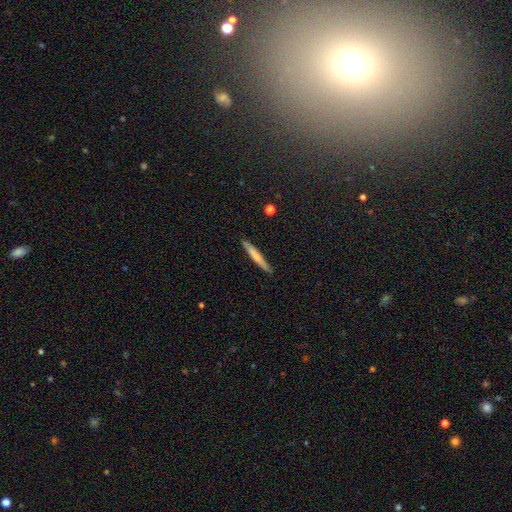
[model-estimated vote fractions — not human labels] A smooth galaxy with no disk features (69%) that is cigar-shaped (95%). Merging: none (89%).